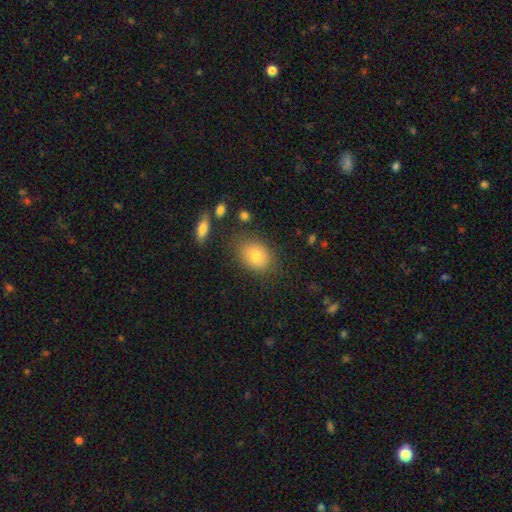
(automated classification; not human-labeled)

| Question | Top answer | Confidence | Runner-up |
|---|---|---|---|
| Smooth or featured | smooth | 78% | featured or disk (12%) |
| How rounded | in between | 66% | round (32%) |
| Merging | none | 79% | minor disturbance (14%) |